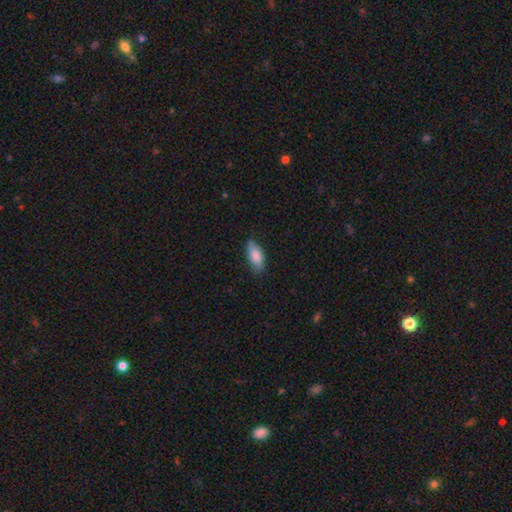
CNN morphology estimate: Smooth or featured? smooth (81%)
How rounded? in between (85%)
Merging? none (71%)